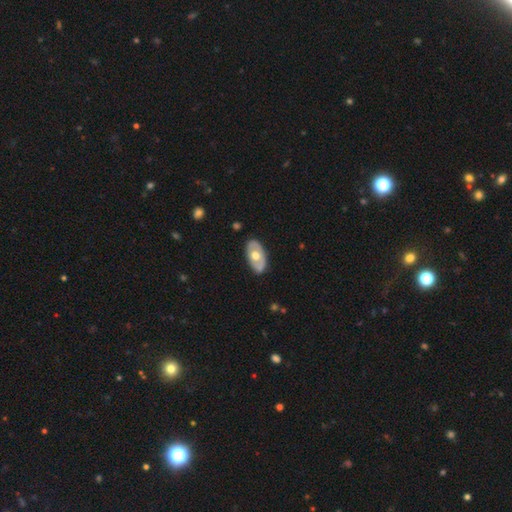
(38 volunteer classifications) featured or disk 55%, smooth 45%, star or artifact 0%. Down the decision tree: edge-on disk — no (86%); bar — no (100%); spiral arms — no (89%); bulge size — moderate (67%); merging — none (89%).